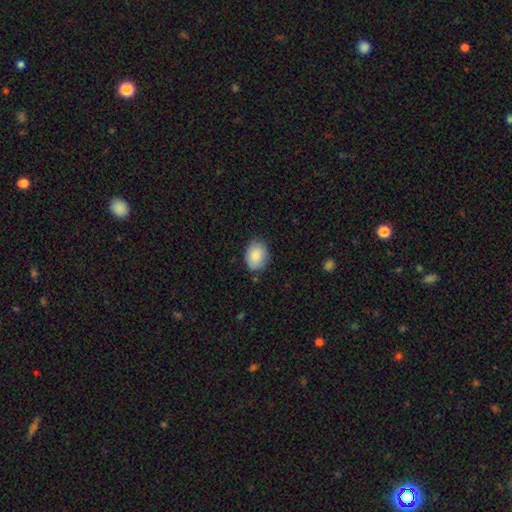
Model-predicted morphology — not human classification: Q: Smooth or featured?
A: smooth (87%); runner-up: star or artifact (7%)
Q: How rounded?
A: in between (72%); runner-up: round (27%)
Q: Merging?
A: none (82%); runner-up: minor disturbance (15%)